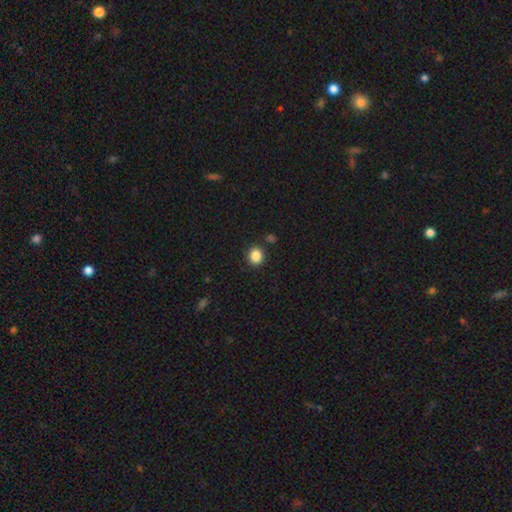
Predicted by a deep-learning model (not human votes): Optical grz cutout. It shows a smooth galaxy with no disk features (87%) that is round (76%). Merging: none (86%).